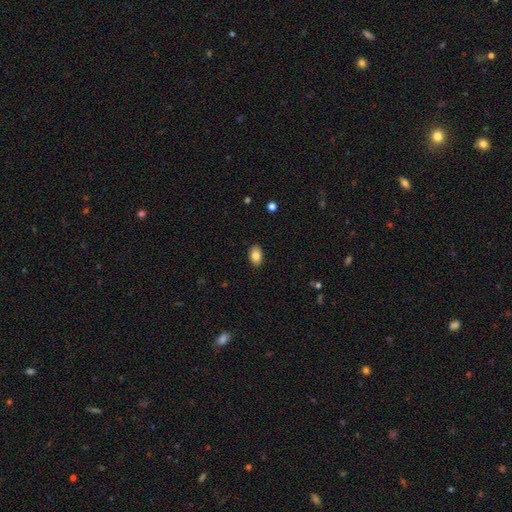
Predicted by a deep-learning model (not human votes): Smooth or featured: smooth — 83% (featured or disk — 10%)
How rounded: in between — 89% (round — 10%)
Merging: none — 88% (minor disturbance — 9%)